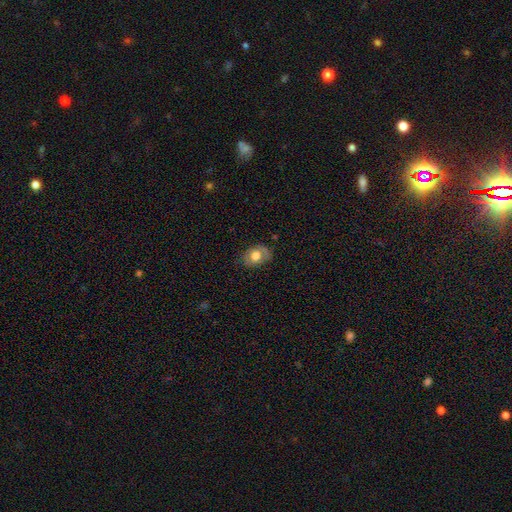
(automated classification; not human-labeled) smooth-or-featured: smooth: 63% | featured or disk: 29% | star or artifact: 8%
  how-rounded: in between: 65% | round: 34% | cigar-shaped: 1%
  merging: none: 72% | minor disturbance: 21% | major disturbance: 6% | merger: 1%